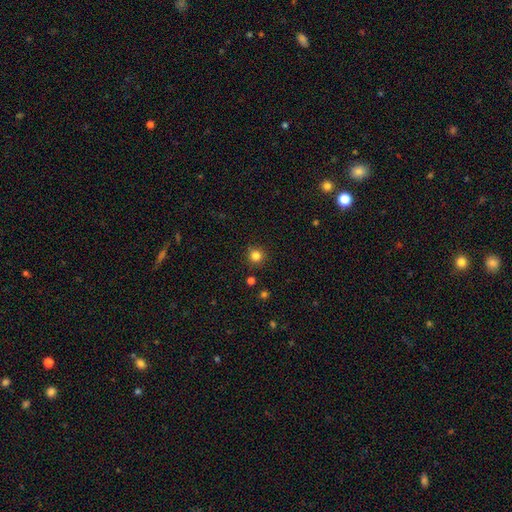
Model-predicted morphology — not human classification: smooth_or_featured: smooth (p=0.82) [alt: star or artifact p=0.13]
how_rounded: round (p=0.95) [alt: in between p=0.04]
merging: none (p=0.91) [alt: minor disturbance p=0.05]